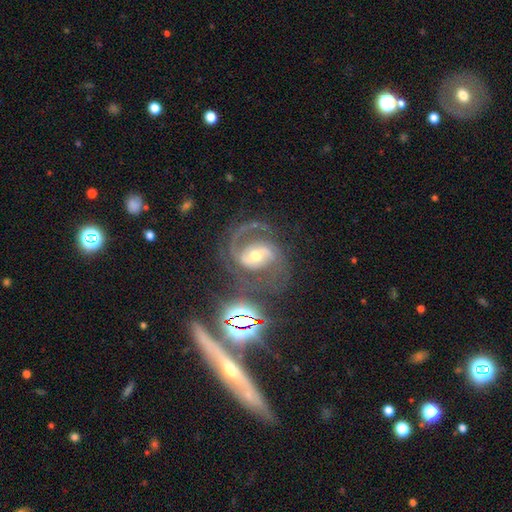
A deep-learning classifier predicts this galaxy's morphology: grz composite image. It shows a featured or disk galaxy (86%) with a weak bar (41%), 2 (84%) medium (59%) spiral arms (96%) and a moderate central bulge (66%). Merging: none (63%).